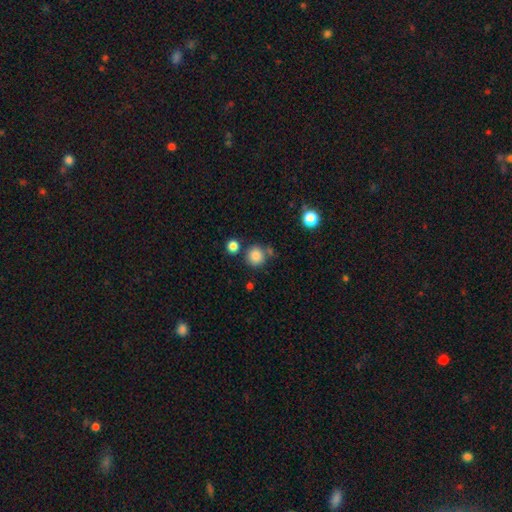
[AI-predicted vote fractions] Smooth or featured: smooth — 84% (star or artifact — 11%)
How rounded: round — 92% (in between — 7%)
Merging: none — 75% (merger — 12%)